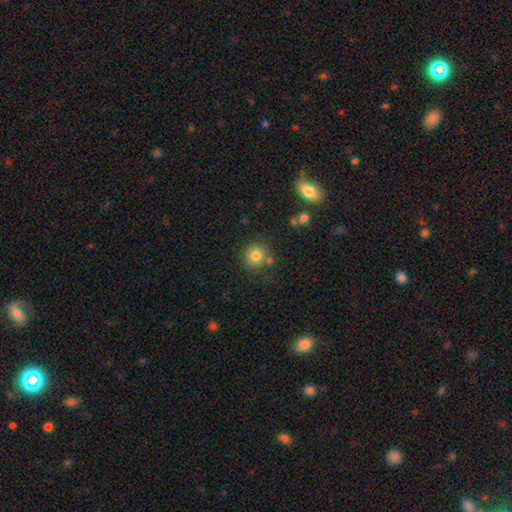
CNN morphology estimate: smooth_or_featured: smooth (p=0.80) [alt: star or artifact p=0.12]
how_rounded: round (p=0.89) [alt: in between p=0.10]
merging: none (p=0.75) [alt: minor disturbance p=0.11]